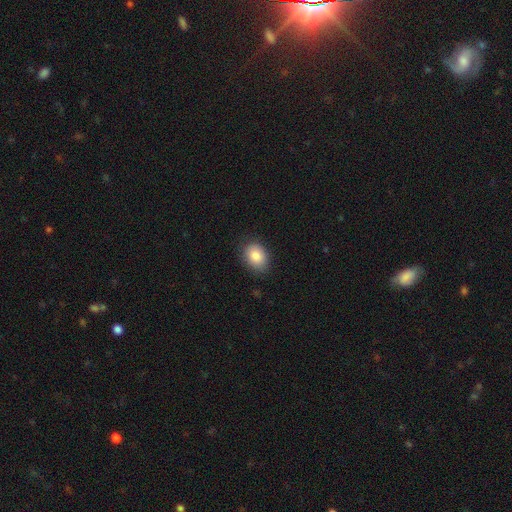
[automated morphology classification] smooth 86%, star or artifact 8%, featured or disk 6%. Down the decision tree: how rounded — in between (67%); merging — none (84%).